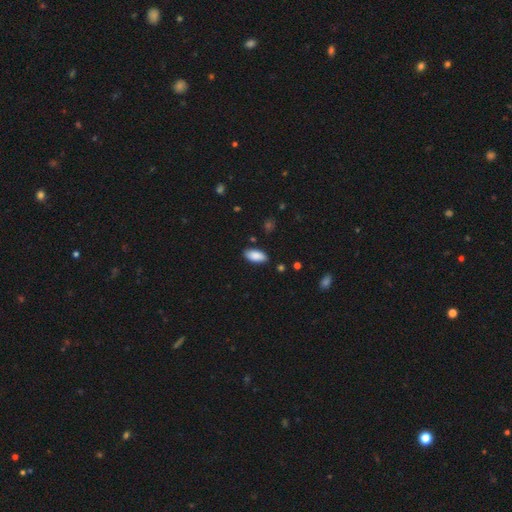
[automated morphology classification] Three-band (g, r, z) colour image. It shows a smooth galaxy with no disk features (89%) that is in between round and cigar-shaped (92%). Merging: none (84%).